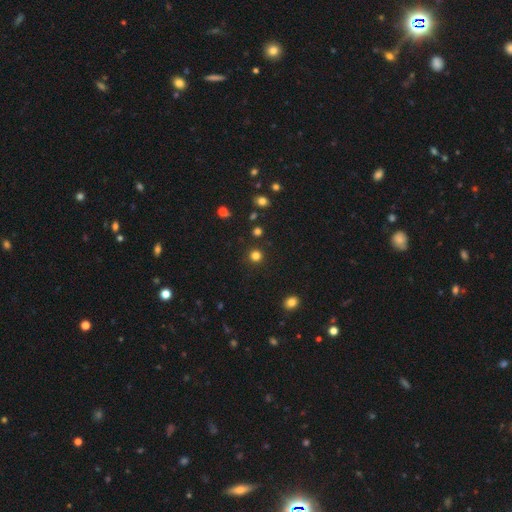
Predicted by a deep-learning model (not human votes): This is likely a smooth galaxy (80%). How rounded: clearly round (94%). Merging: clearly none (91%).